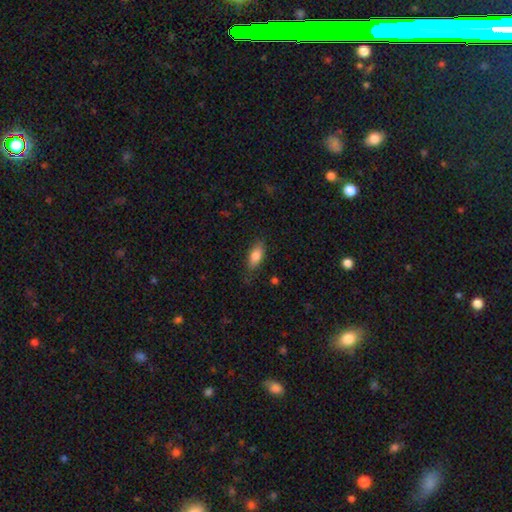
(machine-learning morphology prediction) Smooth or featured?
  - smooth: 81% *
  - featured or disk: 12%
  - star or artifact: 7%
How rounded?
  - in between: 83% *
  - cigar-shaped: 14%
  - round: 3%
Merging?
  - none: 78% *
  - minor disturbance: 17%
  - major disturbance: 4%
  - merger: 1%